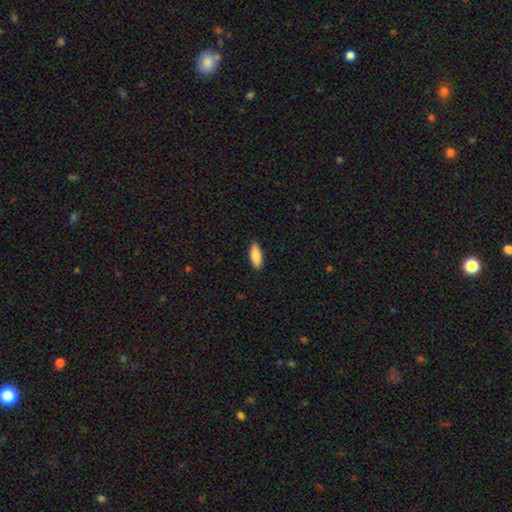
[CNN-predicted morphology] type=smooth (87%); roundness=in between (73%); merging=none (89%).